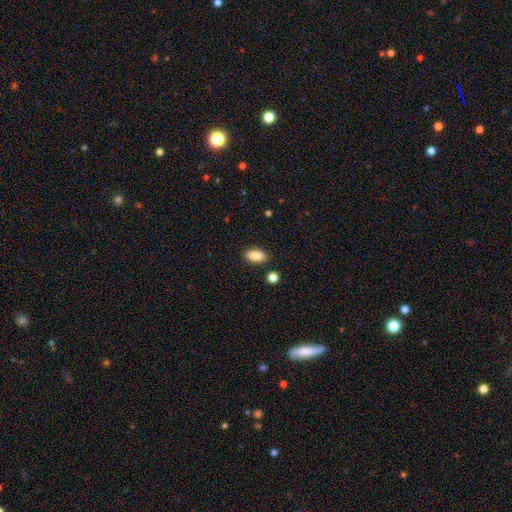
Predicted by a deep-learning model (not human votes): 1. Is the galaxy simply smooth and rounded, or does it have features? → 87% smooth, 7% star or artifact, 6% featured or disk.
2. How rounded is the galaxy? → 90% in between, 7% cigar-shaped, 4% round.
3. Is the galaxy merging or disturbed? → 87% none, 8% minor disturbance, 3% merger, 2% major disturbance.